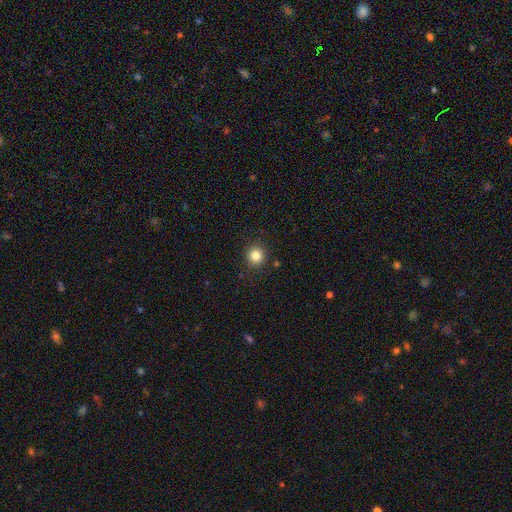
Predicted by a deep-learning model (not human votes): smooth 83%, star or artifact 11%, featured or disk 5%. Down the decision tree: how rounded — round (93%); merging — none (90%).